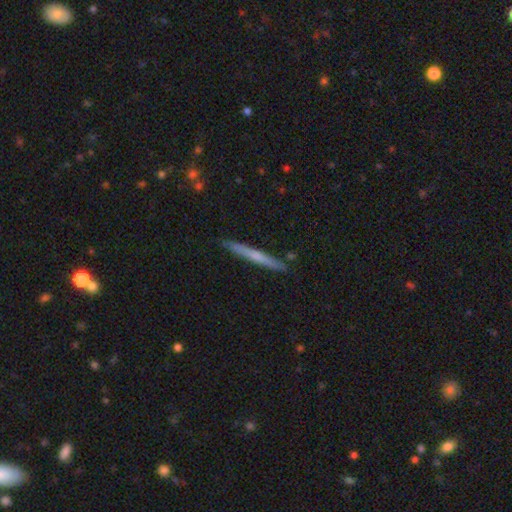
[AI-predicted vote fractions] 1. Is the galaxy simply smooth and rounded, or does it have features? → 49% smooth, 46% featured or disk, 6% star or artifact.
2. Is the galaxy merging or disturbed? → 89% none, 8% minor disturbance, 2% merger, 1% major disturbance.